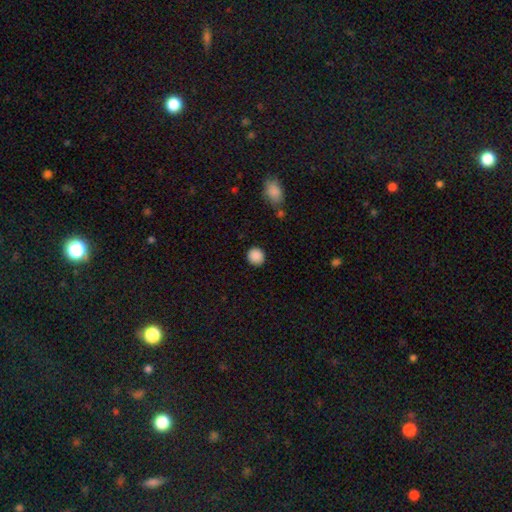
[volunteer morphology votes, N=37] Smooth or featured: smooth — 92% (star or artifact — 5%)
How rounded: round — 97% (in between — 3%)
Merging: none — 89% (minor disturbance — 6%)